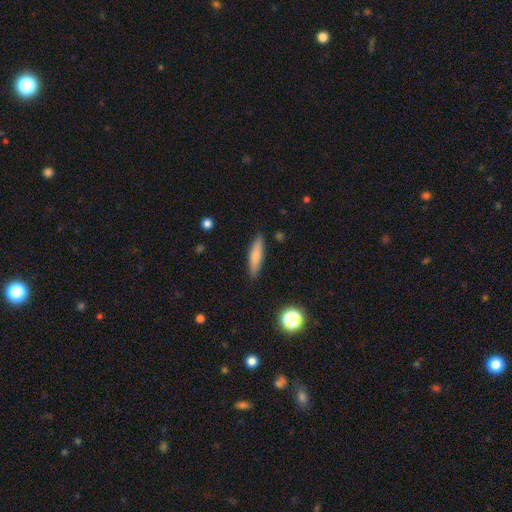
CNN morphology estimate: Smooth or featured? Predicted: smooth (p=0.73). How rounded? Predicted: cigar-shaped (p=0.72). Merging? Predicted: none (p=0.87).